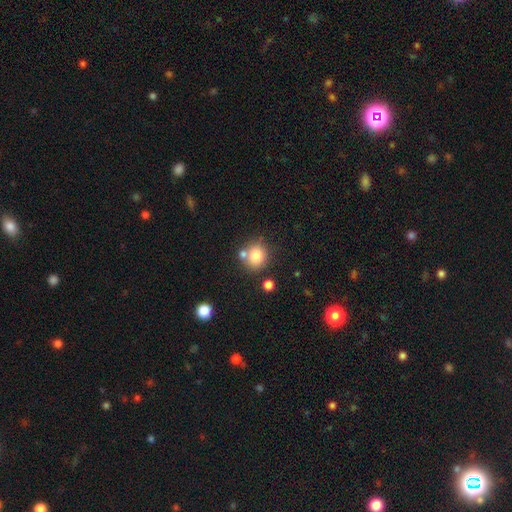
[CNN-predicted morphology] Smooth or featured?
  - smooth: 80% *
  - star or artifact: 11%
  - featured or disk: 9%
How rounded?
  - round: 84% *
  - in between: 15%
  - cigar-shaped: 1%
Merging?
  - none: 65% *
  - merger: 20%
  - minor disturbance: 11%
  - major disturbance: 4%